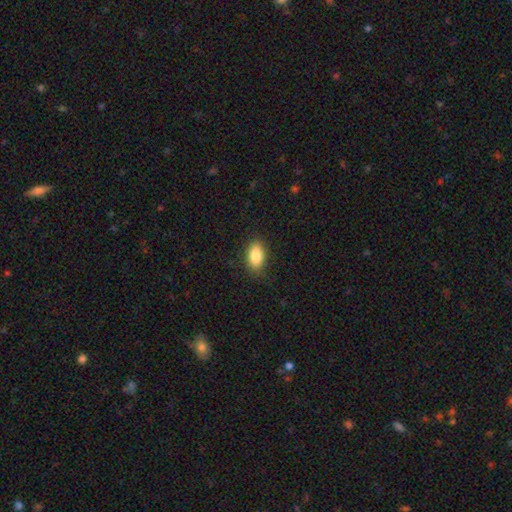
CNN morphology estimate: Overall: smooth (85%). How rounded: in between (91%). Merging: none (84%).